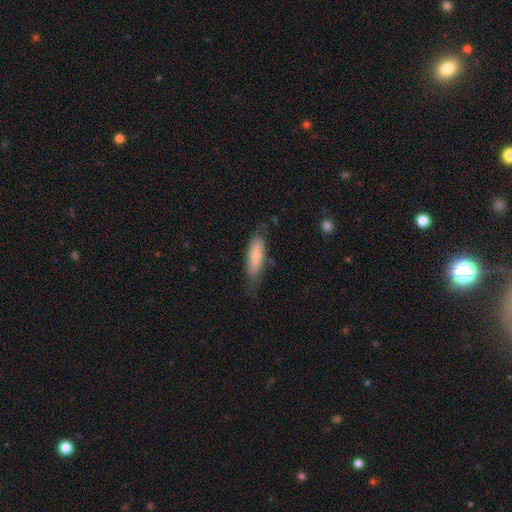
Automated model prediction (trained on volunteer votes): smooth-or-featured: smooth: 71% | featured or disk: 23% | star or artifact: 6%
  how-rounded: cigar-shaped: 51% | in between: 47% | round: 2%
  merging: none: 66% | minor disturbance: 24% | major disturbance: 8% | merger: 2%